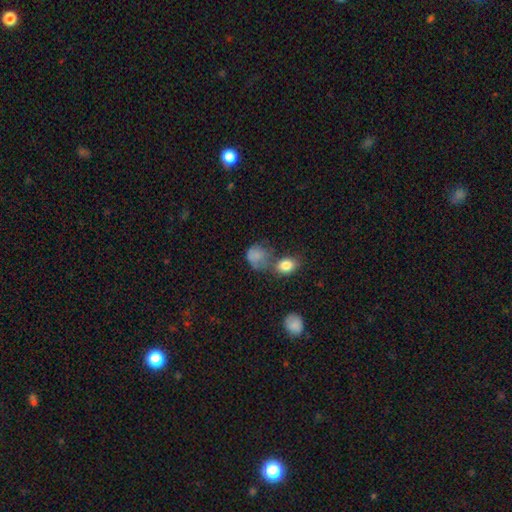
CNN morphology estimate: smooth-or-featured: smooth: 78% | featured or disk: 11% | star or artifact: 11%
  how-rounded: round: 59% | in between: 40% | cigar-shaped: 1%
  merging: none: 32% | merger: 30% | minor disturbance: 20% | major disturbance: 18%